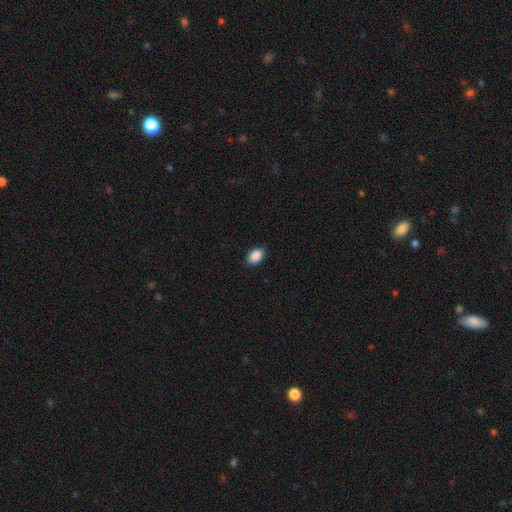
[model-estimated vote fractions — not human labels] smooth_or_featured: smooth (p=0.90) [alt: star or artifact p=0.07]
how_rounded: in between (p=0.87) [alt: round p=0.12]
merging: none (p=0.86) [alt: minor disturbance p=0.11]